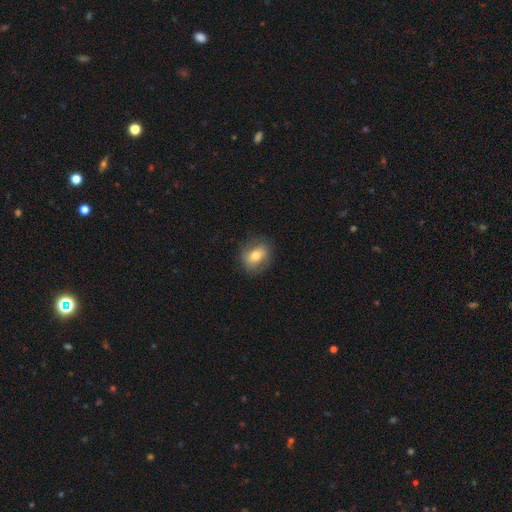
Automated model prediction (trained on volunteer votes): smooth-or-featured: smooth: 64% | featured or disk: 27% | star or artifact: 9%
  how-rounded: round: 50% | in between: 48% | cigar-shaped: 2%
  merging: none: 81% | minor disturbance: 14% | major disturbance: 5% | merger: 1%